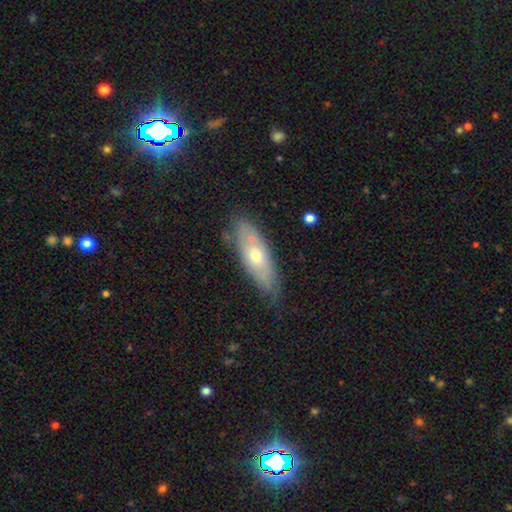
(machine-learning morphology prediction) Smooth or featured: smooth — 49% (featured or disk — 45%)
Merging: none — 70% (minor disturbance — 21%)